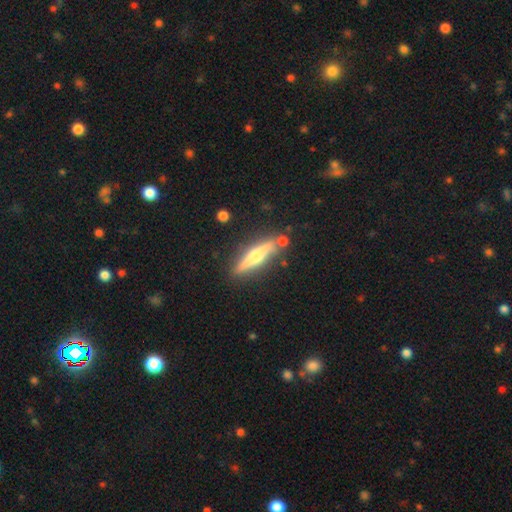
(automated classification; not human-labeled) smooth_or_featured: featured or disk (p=0.66) [alt: smooth p=0.28]
disk_edge_on: yes (p=0.96) [alt: no p=0.04]
edge_on_bulge: rounded (p=0.91) [alt: none p=0.05]
merging: none (p=0.84) [alt: minor disturbance p=0.09]